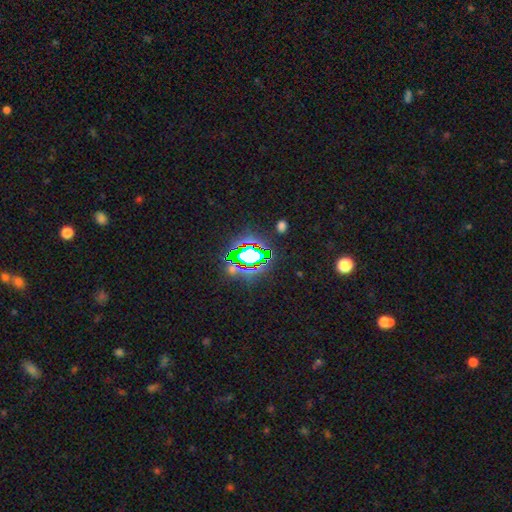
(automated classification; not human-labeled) Smooth or featured? Predicted: star or artifact (p=0.75).